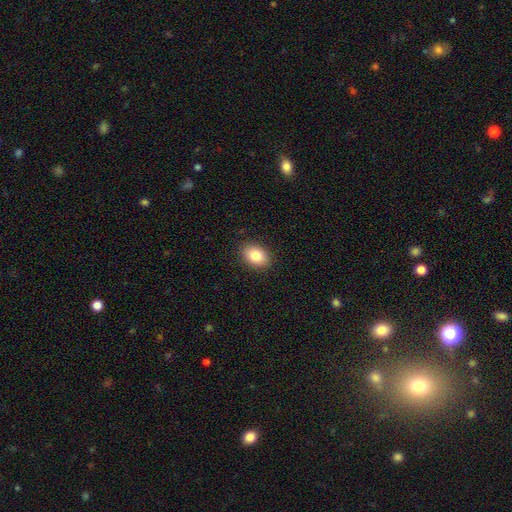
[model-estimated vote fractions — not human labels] A smooth galaxy with no disk features (84%) that is in between round and cigar-shaped (78%). Merging: none (89%).